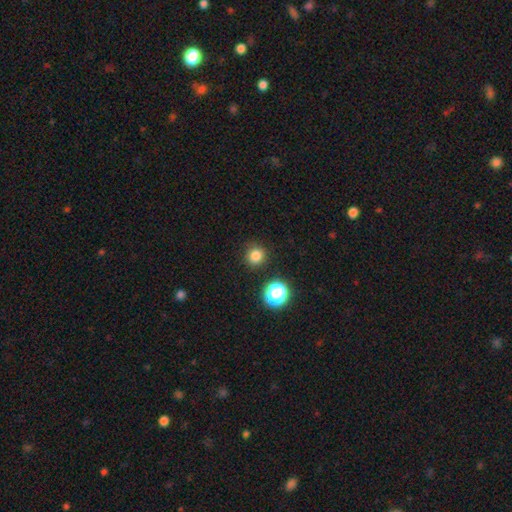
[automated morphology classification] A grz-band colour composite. It shows a smooth galaxy with no disk features (81%) that is round (93%). Merging: none (89%).